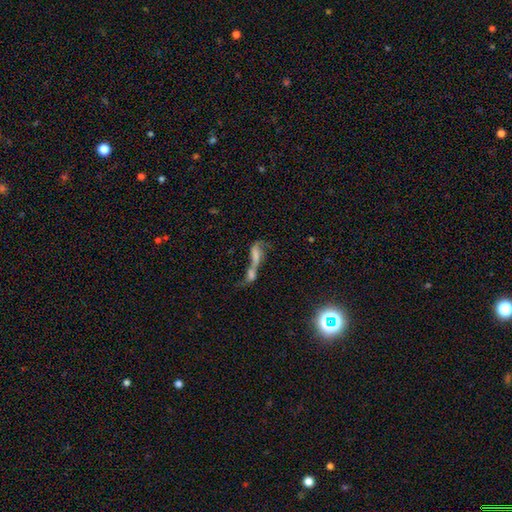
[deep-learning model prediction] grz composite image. It shows a smooth galaxy with no disk features (44%). Merging: merger (76%).